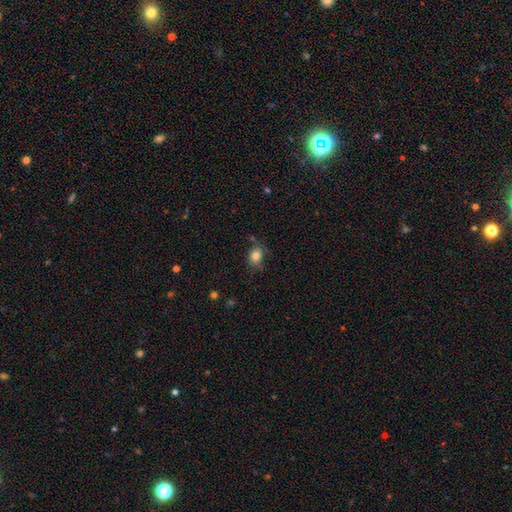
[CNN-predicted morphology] A smooth galaxy with no disk features (83%) that is round (53%). Merging: none (67%).